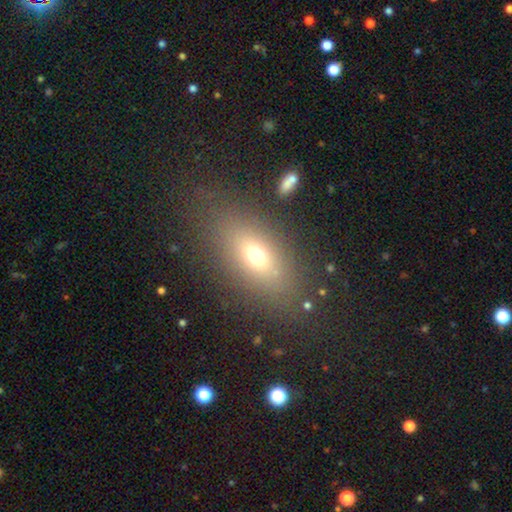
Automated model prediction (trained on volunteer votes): Smooth or featured? smooth (65%)
How rounded? in between (75%)
Merging? none (78%)